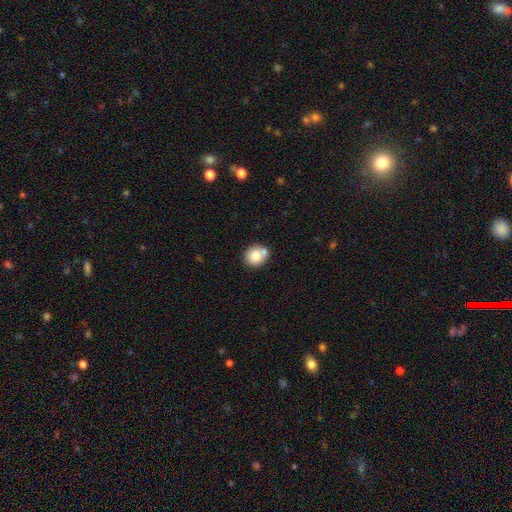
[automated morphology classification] Smooth or featured?
  - smooth: 78% *
  - featured or disk: 12%
  - star or artifact: 9%
How rounded?
  - round: 80% *
  - in between: 19%
  - cigar-shaped: 1%
Merging?
  - none: 64% *
  - merger: 21%
  - minor disturbance: 12%
  - major disturbance: 3%